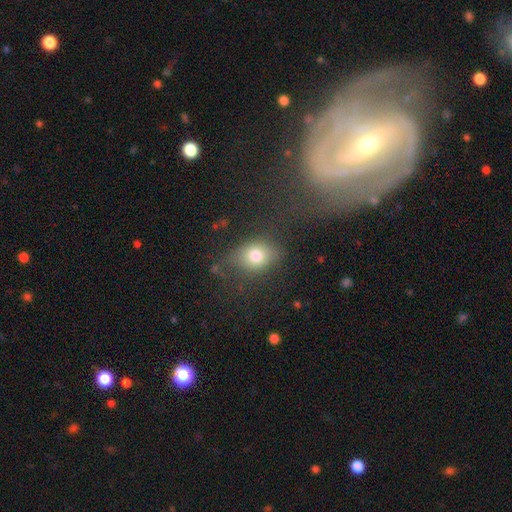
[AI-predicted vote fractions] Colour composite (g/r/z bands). It shows a smooth galaxy with no disk features (76%) that is in between round and cigar-shaped (62%). Merging: none (65%).